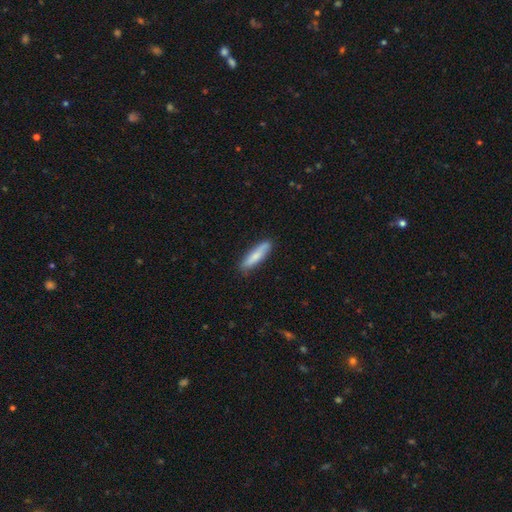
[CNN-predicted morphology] Overall: smooth (76%). How rounded: cigar-shaped (79%). Merging: none (86%).